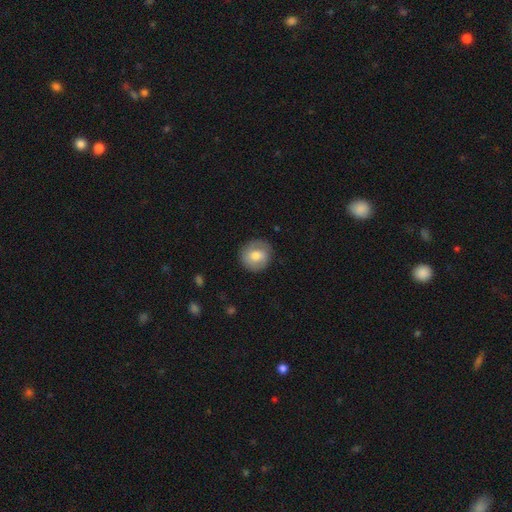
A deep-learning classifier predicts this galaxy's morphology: Smooth or featured?
  - smooth: 64% *
  - featured or disk: 29%
  - star or artifact: 7%
How rounded?
  - round: 89% *
  - in between: 10%
  - cigar-shaped: 1%
Merging?
  - none: 83% *
  - minor disturbance: 12%
  - major disturbance: 4%
  - merger: 1%